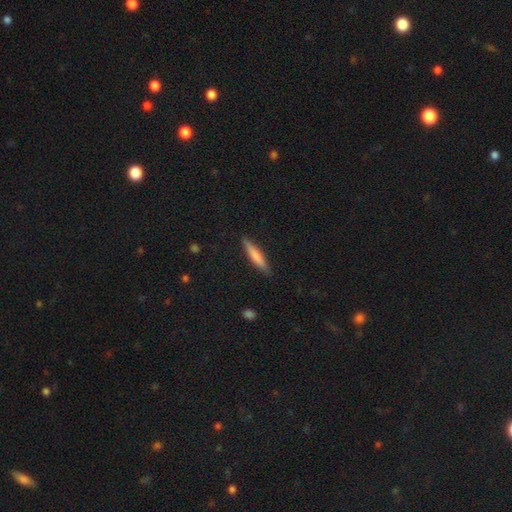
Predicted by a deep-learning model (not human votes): Smooth or featured? smooth (69%)
How rounded? cigar-shaped (90%)
Merging? none (88%)